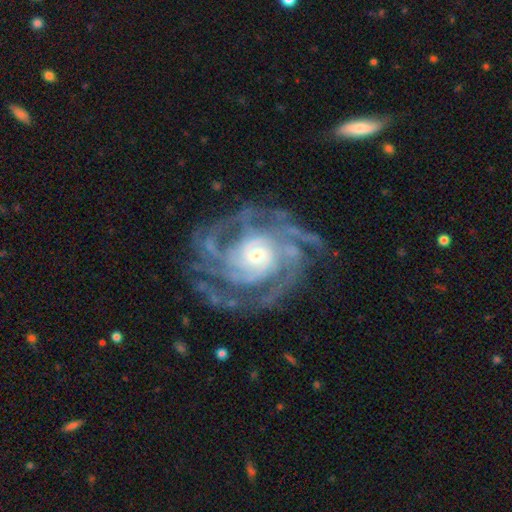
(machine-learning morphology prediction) This appears to be a featured or disk galaxy (92%) with no bar (69%), 4 (28%) tight (69%) spiral arms (98%) and a small central bulge (56%). Merging: none (75%).